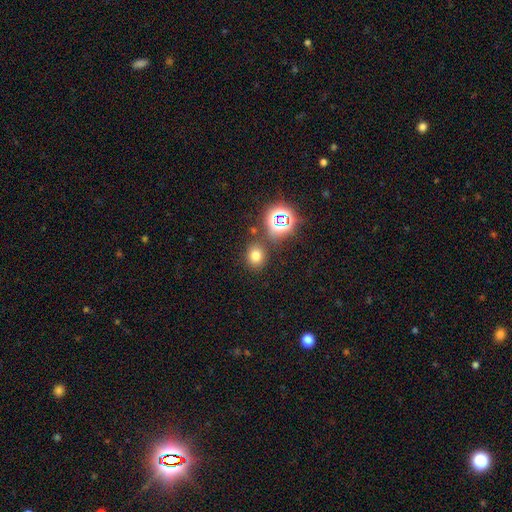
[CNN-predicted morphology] Smooth or featured?
  - smooth: 69% *
  - star or artifact: 23%
  - featured or disk: 8%
How rounded?
  - round: 71% *
  - in between: 28%
  - cigar-shaped: 1%
Merging?
  - none: 78% *
  - minor disturbance: 10%
  - merger: 9%
  - major disturbance: 4%